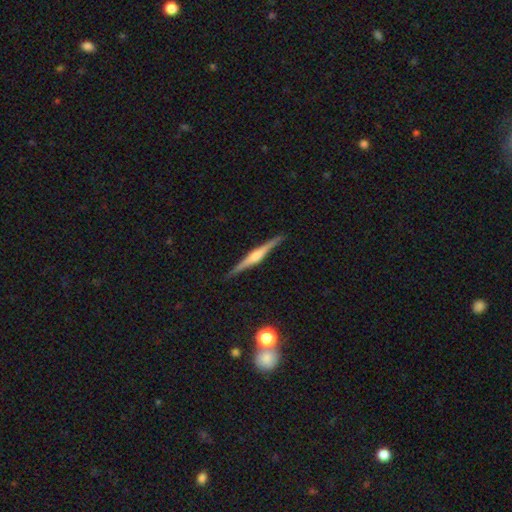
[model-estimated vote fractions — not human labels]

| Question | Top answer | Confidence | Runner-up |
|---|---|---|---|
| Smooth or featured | featured or disk | 80% | smooth (15%) |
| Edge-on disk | yes | 98% | no (2%) |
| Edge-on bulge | rounded | 83% | boxy (10%) |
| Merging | none | 91% | minor disturbance (6%) |